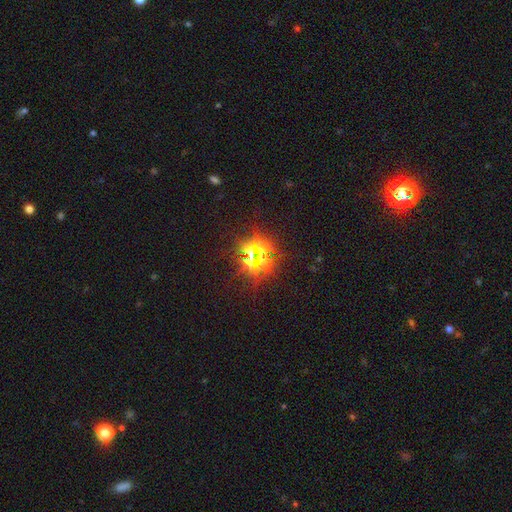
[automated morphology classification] Smooth or featured?
  - star or artifact: 77% *
  - smooth: 14%
  - featured or disk: 10%